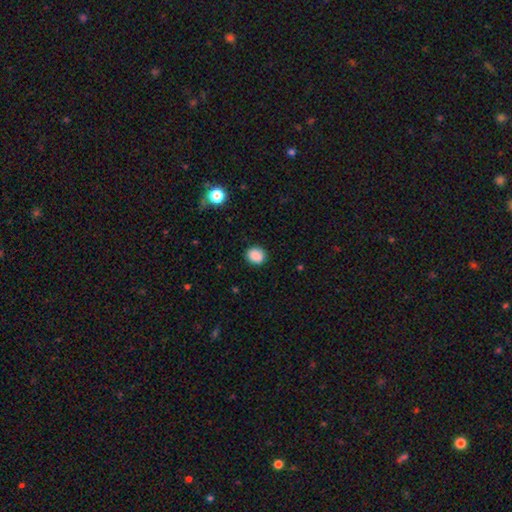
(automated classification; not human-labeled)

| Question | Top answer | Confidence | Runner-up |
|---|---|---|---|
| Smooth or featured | smooth | 88% | star or artifact (9%) |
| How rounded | round | 67% | in between (32%) |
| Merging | none | 89% | minor disturbance (8%) |